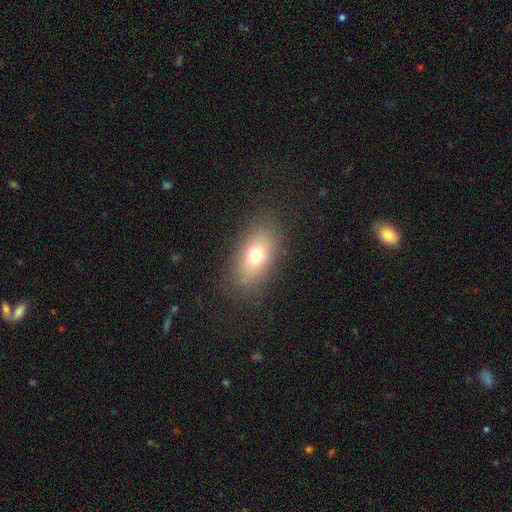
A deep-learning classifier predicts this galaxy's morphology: Smooth or featured?
  - smooth: 71% *
  - featured or disk: 17%
  - star or artifact: 12%
How rounded?
  - in between: 84% *
  - round: 12%
  - cigar-shaped: 4%
Merging?
  - none: 83% *
  - minor disturbance: 11%
  - major disturbance: 5%
  - merger: 1%